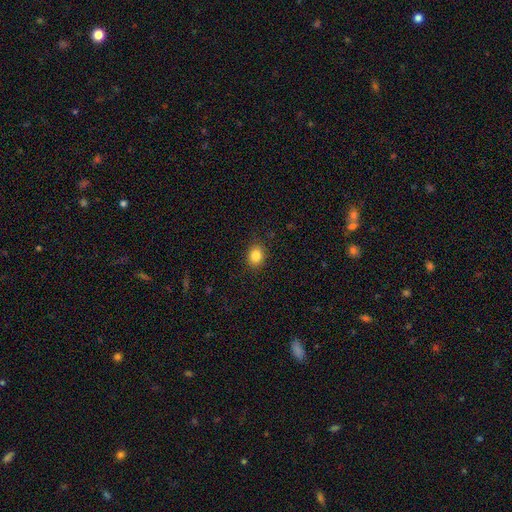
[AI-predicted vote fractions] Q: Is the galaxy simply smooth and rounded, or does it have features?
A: smooth — 84%.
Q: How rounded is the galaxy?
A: round — 51%.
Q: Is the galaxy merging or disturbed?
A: none — 88%.